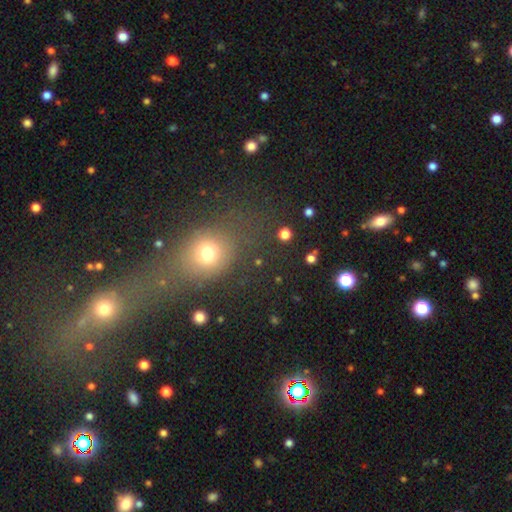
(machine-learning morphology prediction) A smooth galaxy with no disk features (48%). Merging: none (43%).